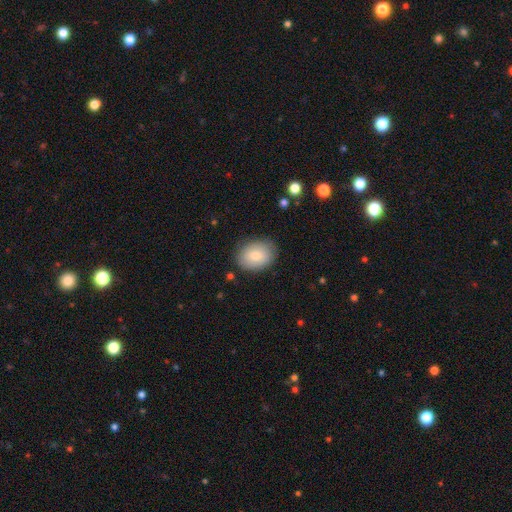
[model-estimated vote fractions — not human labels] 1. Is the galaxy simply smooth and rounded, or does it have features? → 79% smooth, 14% featured or disk, 7% star or artifact.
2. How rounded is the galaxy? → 69% in between, 30% round, 1% cigar-shaped.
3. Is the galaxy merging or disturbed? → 83% none, 13% minor disturbance, 3% major disturbance, 1% merger.